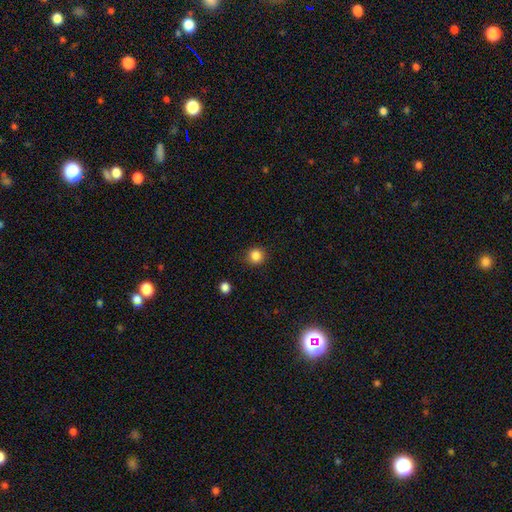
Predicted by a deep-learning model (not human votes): Smooth or featured? Predicted: smooth (p=0.85). How rounded? Predicted: round (p=0.93). Merging? Predicted: none (p=0.89).